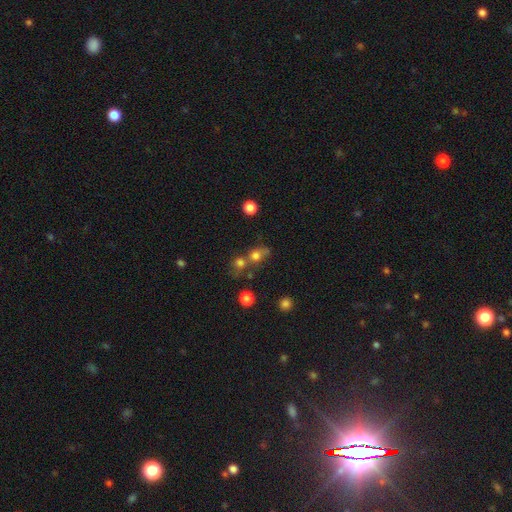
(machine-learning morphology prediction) smooth-or-featured: smooth: 71% | star or artifact: 17% | featured or disk: 11%
  how-rounded: round: 77% | in between: 21% | cigar-shaped: 2%
  merging: merger: 44% | none: 40% | minor disturbance: 10% | major disturbance: 7%